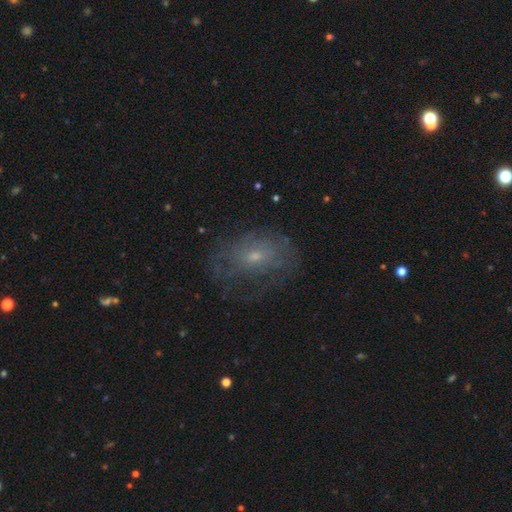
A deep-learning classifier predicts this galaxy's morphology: A featured or disk galaxy (49%).

Vote fractions:
- Smooth or featured? featured or disk: 49% / smooth: 36% / star or artifact: 16%
- Merging? none: 59% / minor disturbance: 21% / major disturbance: 18% / merger: 1%